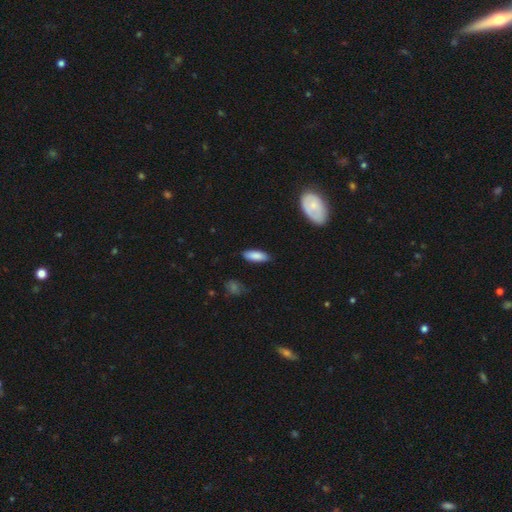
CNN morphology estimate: A smooth galaxy with no disk features (86%) that is in between round and cigar-shaped (69%). Merging: none (84%).